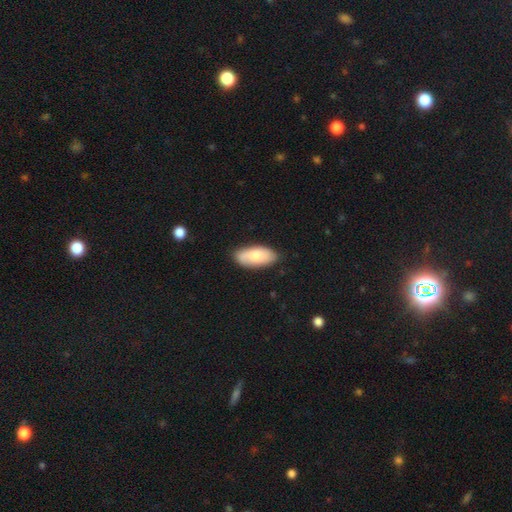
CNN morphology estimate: This is likely a smooth galaxy (75%). How rounded: clearly in between (92%). Merging: clearly none (81%).